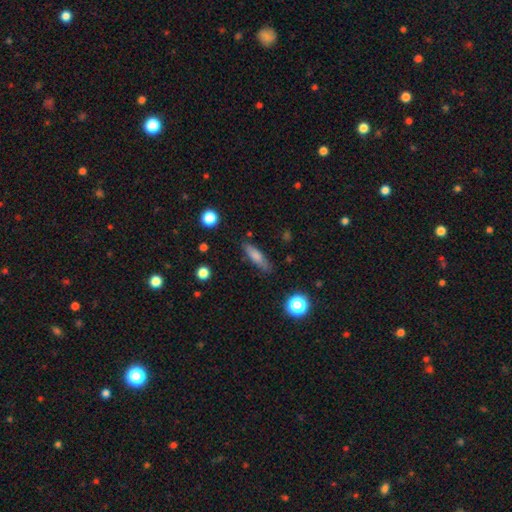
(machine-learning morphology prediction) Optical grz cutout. It shows a smooth galaxy with no disk features (74%) that is cigar-shaped (63%). Merging: none (81%).